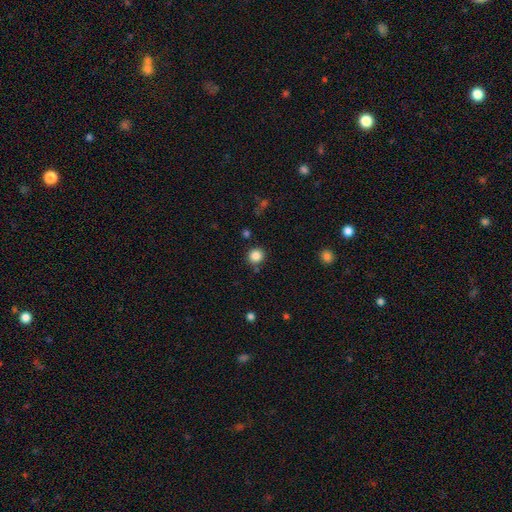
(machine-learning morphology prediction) The model was most divided on "smooth or featured": smooth: 85%, star or artifact: 11%, featured or disk: 4%. More confident: how rounded — round (91%); merging — none (85%).